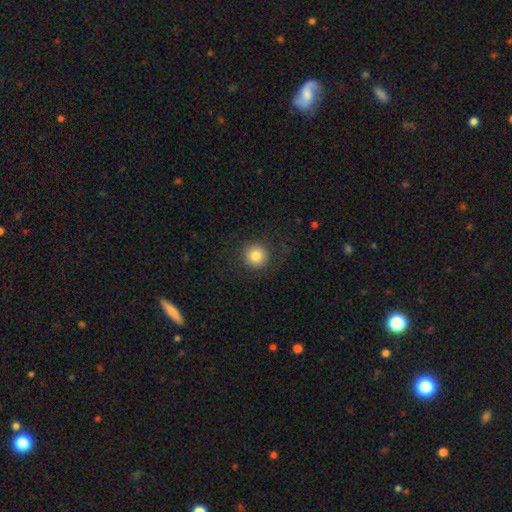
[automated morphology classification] Q: Smooth or featured?
A: smooth (82%); runner-up: star or artifact (10%)
Q: How rounded?
A: round (95%); runner-up: in between (4%)
Q: Merging?
A: none (88%); runner-up: minor disturbance (7%)